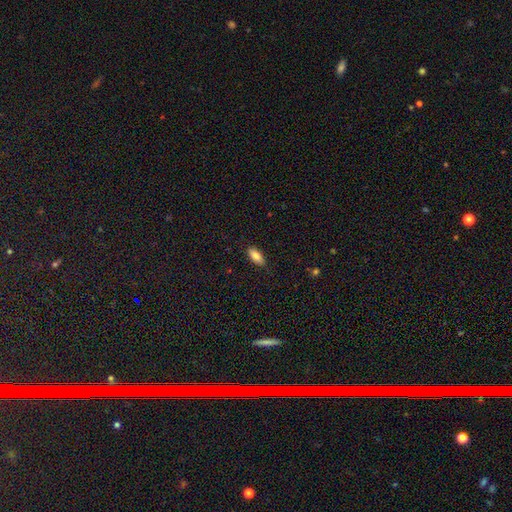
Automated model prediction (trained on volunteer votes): The model was most divided on "how rounded": in between: 84%, cigar-shaped: 14%, round: 2%. More confident: merging — none (86%); smooth or featured — smooth (82%).